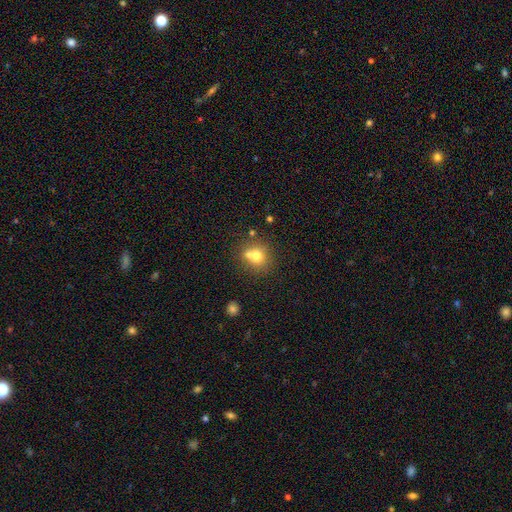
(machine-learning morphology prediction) smooth_or_featured: smooth (p=0.70) [alt: featured or disk p=0.16]
how_rounded: round (p=0.80) [alt: in between p=0.19]
merging: none (p=0.45) [alt: merger p=0.41]